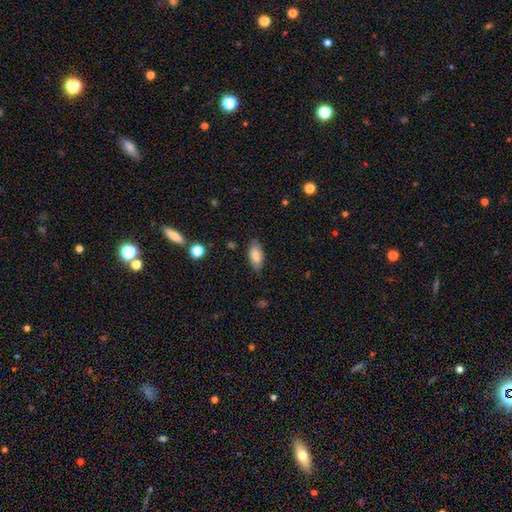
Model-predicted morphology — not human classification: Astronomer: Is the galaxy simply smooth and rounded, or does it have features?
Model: smooth — 82%.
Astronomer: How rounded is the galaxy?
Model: in between — 89%.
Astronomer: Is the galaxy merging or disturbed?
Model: none — 81%.